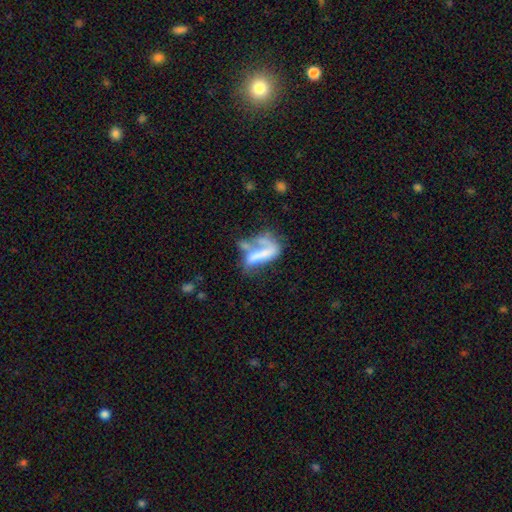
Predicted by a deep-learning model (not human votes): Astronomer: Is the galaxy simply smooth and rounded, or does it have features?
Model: featured or disk — 48% (runner-up: smooth, 42%).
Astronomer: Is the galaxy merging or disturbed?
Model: major disturbance — 34% (runner-up: merger, 32%).